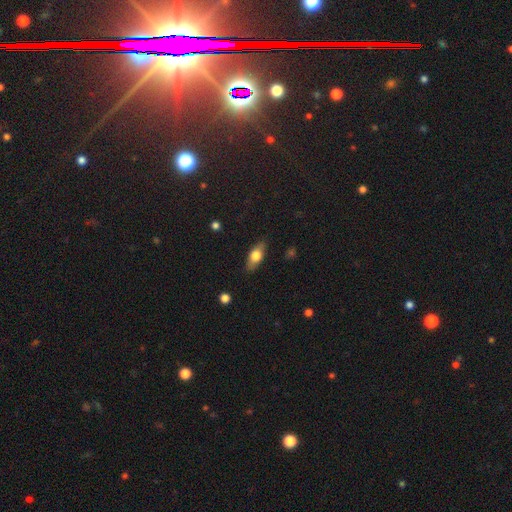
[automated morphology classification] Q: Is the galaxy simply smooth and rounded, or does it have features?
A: smooth — 65%.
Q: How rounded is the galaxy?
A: in between — 79%.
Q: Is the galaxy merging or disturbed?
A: none — 84%.